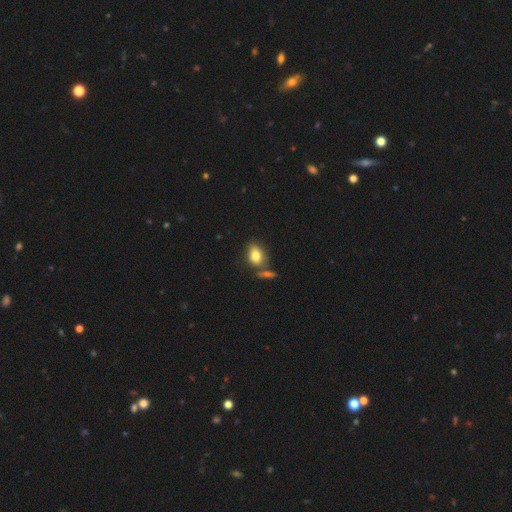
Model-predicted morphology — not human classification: A smooth galaxy with no disk features (80%) that is in between round and cigar-shaped (82%). Merging: none (59%).